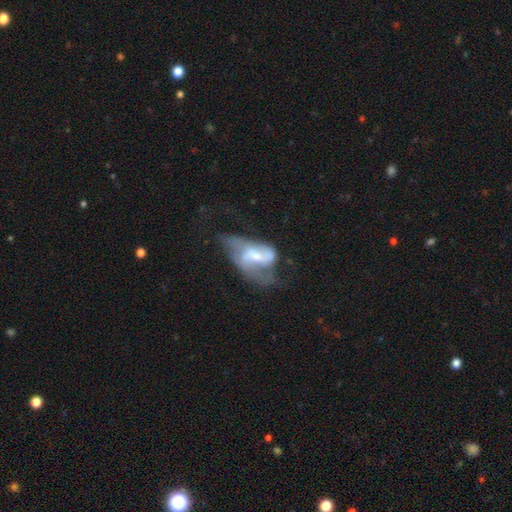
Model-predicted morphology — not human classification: smooth_or_featured: featured or disk (p=0.69) [alt: smooth p=0.24]
disk_edge_on: no (p=0.96) [alt: yes p=0.04]
bar: no (p=0.42) [alt: weak p=0.41]
has_spiral_arms: yes (p=0.75) [alt: no p=0.25]
bulge_size: small (p=0.47) [alt: moderate p=0.42]
merging: major disturbance (p=0.41) [alt: none p=0.27]